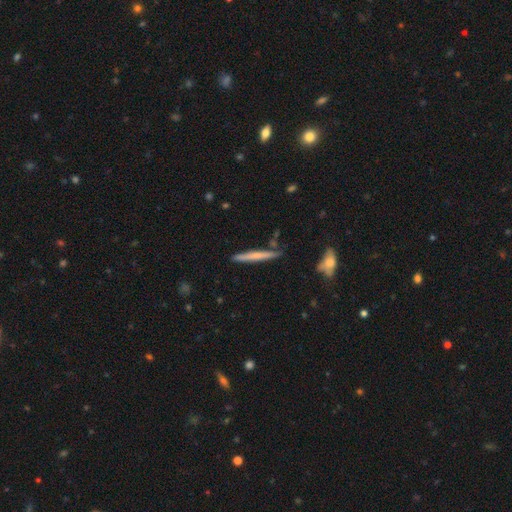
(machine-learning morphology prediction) Smooth or featured: smooth — 53% (featured or disk — 41%)
How rounded: cigar-shaped — 96% (in between — 2%)
Merging: none — 86% (minor disturbance — 10%)